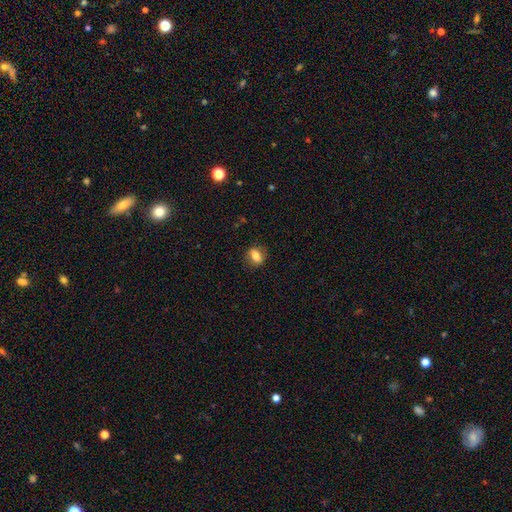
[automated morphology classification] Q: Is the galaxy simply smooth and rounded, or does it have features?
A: smooth — 73%.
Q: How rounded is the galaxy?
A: in between — 67%.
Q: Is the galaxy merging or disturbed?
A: none — 81%.